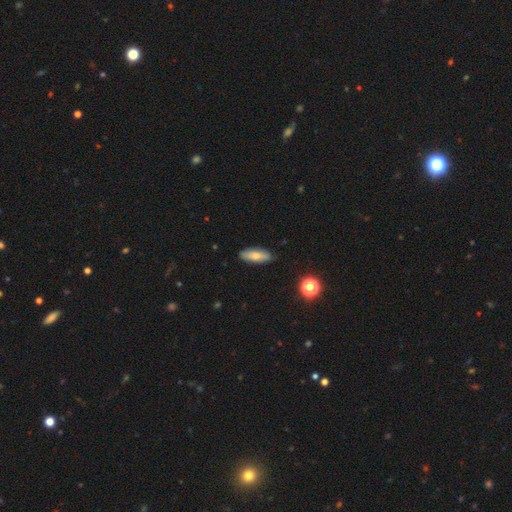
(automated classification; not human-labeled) The model was most divided on "how rounded": in between: 66%, cigar-shaped: 31%, round: 3%. More confident: merging — none (86%); smooth or featured — smooth (68%).